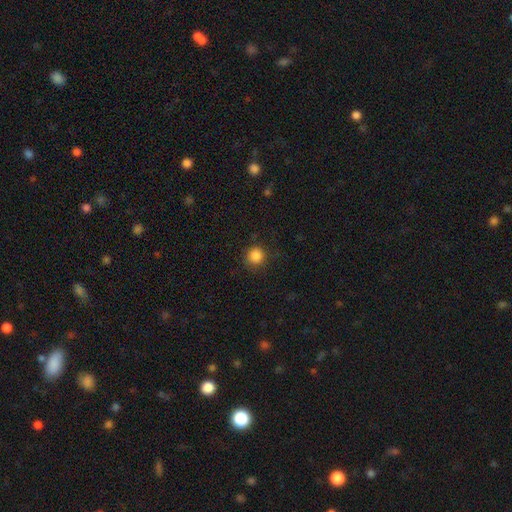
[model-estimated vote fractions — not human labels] Smooth or featured? Predicted: smooth (p=0.85). How rounded? Predicted: round (p=0.93). Merging? Predicted: none (p=0.86).